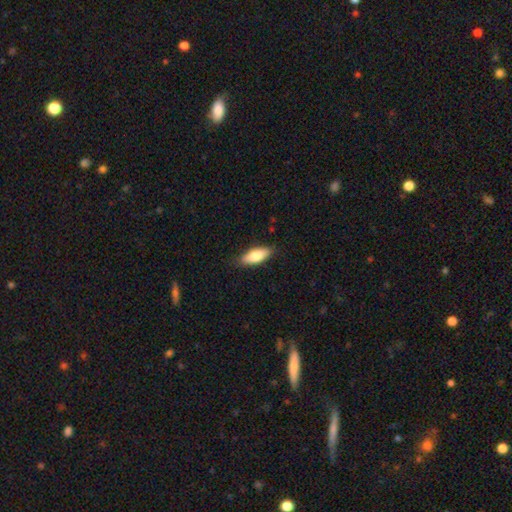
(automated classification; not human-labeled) Smooth or featured? Predicted: smooth (p=0.79). How rounded? Predicted: in between (p=0.75). Merging? Predicted: none (p=0.84).